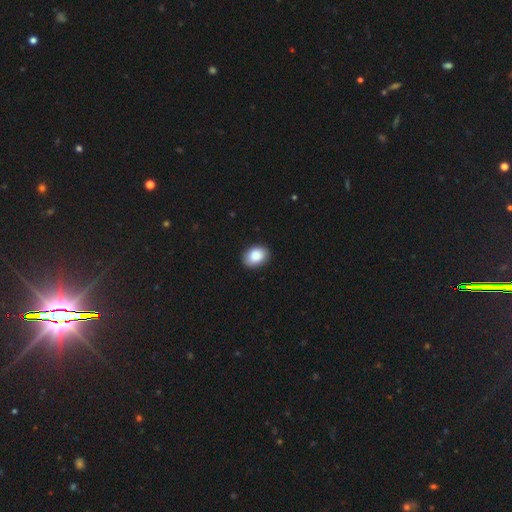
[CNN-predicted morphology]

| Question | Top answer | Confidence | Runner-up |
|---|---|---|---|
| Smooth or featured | smooth | 89% | star or artifact (7%) |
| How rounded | in between | 77% | round (22%) |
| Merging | none | 88% | minor disturbance (10%) |